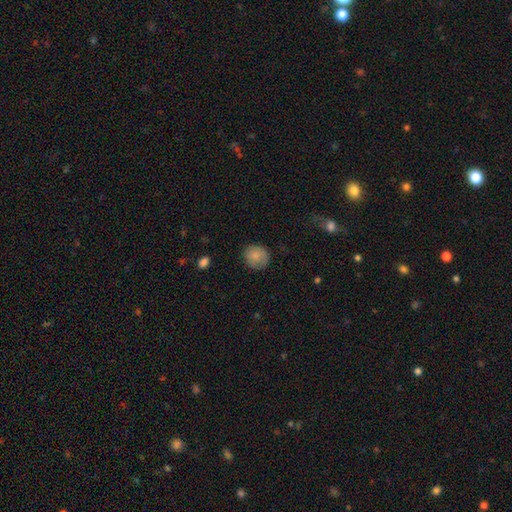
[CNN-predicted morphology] Smooth or featured: smooth — 84% (star or artifact — 8%)
How rounded: round — 81% (in between — 18%)
Merging: none — 78% (minor disturbance — 17%)